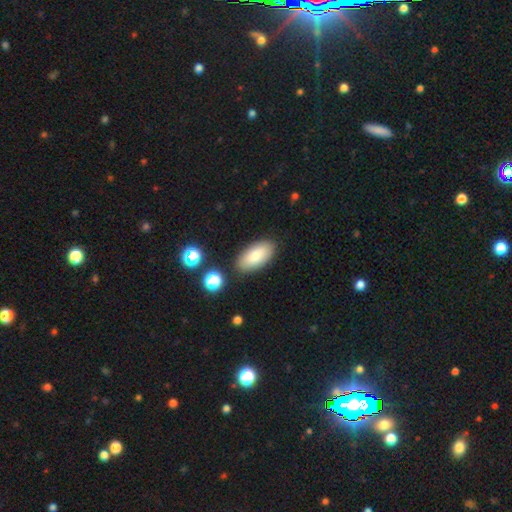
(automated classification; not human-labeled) Overall: smooth (82%). How rounded: in between (92%). Merging: none (85%).